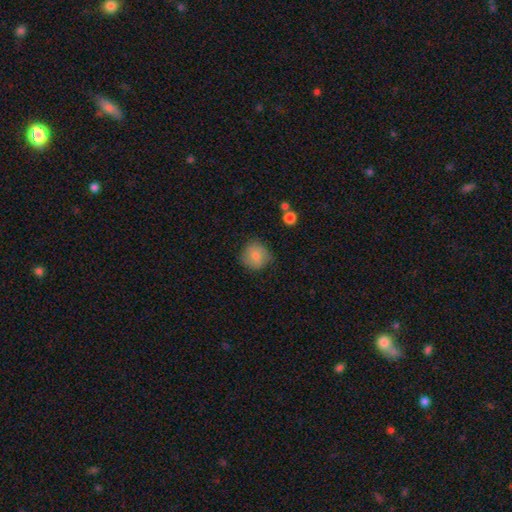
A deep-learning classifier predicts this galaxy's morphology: Overall: smooth (70%). How rounded: round (85%). Merging: none (70%).